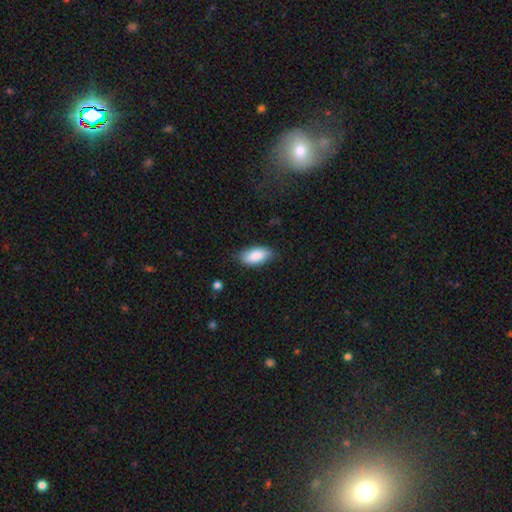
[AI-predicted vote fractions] The model was most divided on "merging": none: 79%, minor disturbance: 17%, major disturbance: 3%, merger: 1%. More confident: how rounded — in between (92%); smooth or featured — smooth (88%).